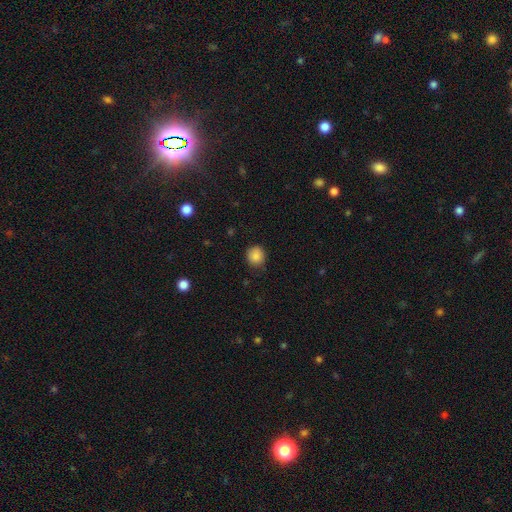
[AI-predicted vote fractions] This appears to be a smooth galaxy with no disk features (85%) that is round (87%). Merging: none (82%).